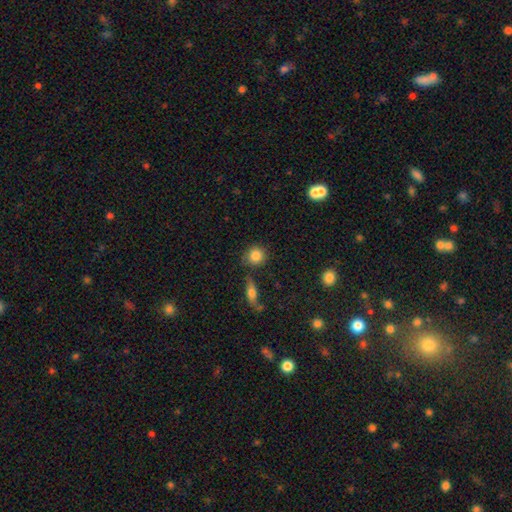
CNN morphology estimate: smooth_or_featured: smooth (p=0.85) [alt: star or artifact p=0.09]
how_rounded: round (p=0.88) [alt: in between p=0.10]
merging: none (p=0.76) [alt: minor disturbance p=0.13]